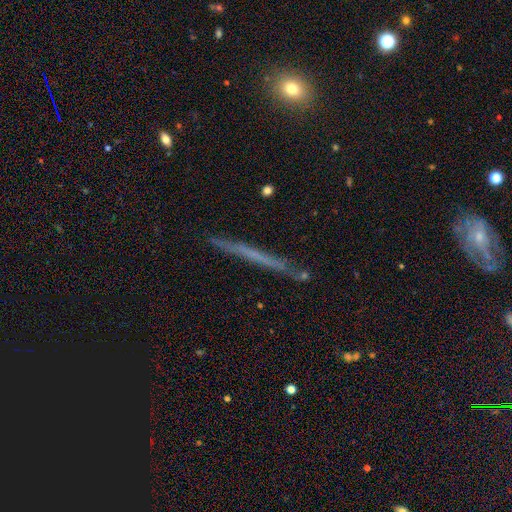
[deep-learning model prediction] featured or disk 54%, smooth 36%, star or artifact 11%. Down the decision tree: edge-on disk — yes (96%); edge-on bulge — none (90%); merging — none (88%).